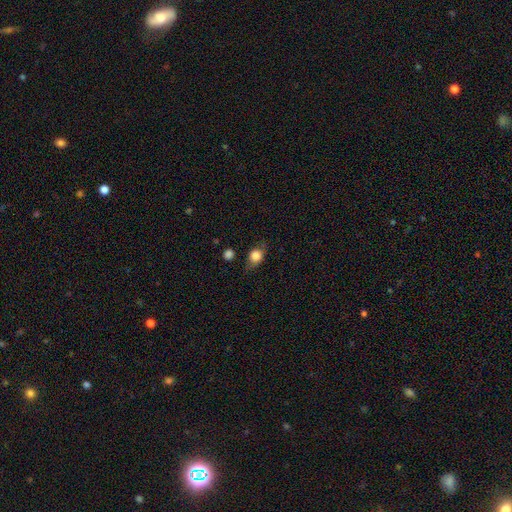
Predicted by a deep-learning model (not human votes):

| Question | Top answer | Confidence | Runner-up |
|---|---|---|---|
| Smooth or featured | smooth | 75% | featured or disk (17%) |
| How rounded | in between | 50% | round (47%) |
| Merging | none | 68% | minor disturbance (22%) |